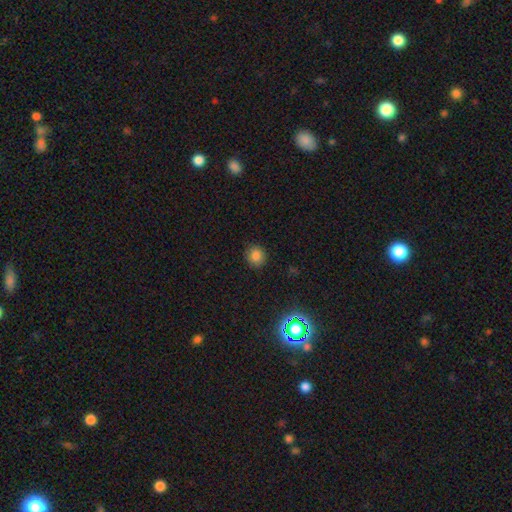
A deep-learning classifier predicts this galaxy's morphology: The model was most divided on "smooth or featured": smooth: 81%, star or artifact: 14%, featured or disk: 5%. More confident: merging — none (90%); how rounded — round (89%).